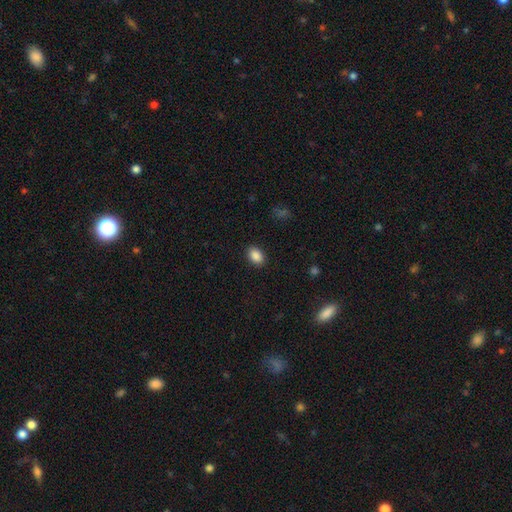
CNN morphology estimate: A smooth galaxy with no disk features (89%) that is in between round and cigar-shaped (84%). Merging: none (89%).